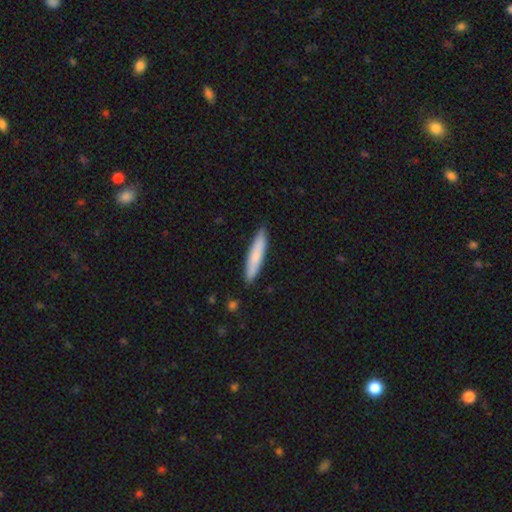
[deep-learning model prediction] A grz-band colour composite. It shows a smooth galaxy with no disk features (79%) that is cigar-shaped (90%). Merging: none (90%).